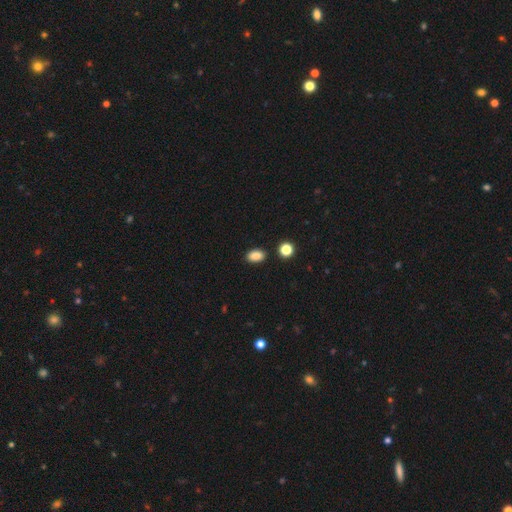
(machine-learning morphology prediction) This appears to be a smooth galaxy with no disk features (86%) that is in between round and cigar-shaped (88%). Merging: none (86%).